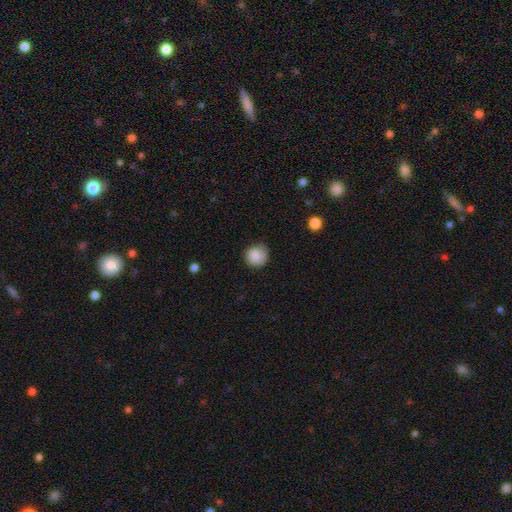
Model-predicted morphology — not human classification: This appears to be a smooth galaxy with no disk features (85%) that is round (88%). Merging: none (71%).